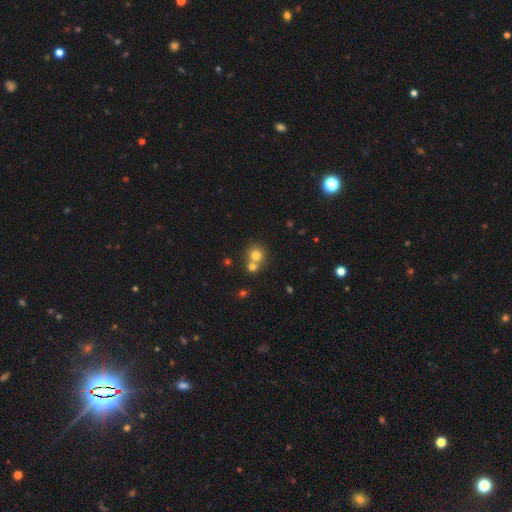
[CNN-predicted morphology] Smooth or featured: smooth — 76% (star or artifact — 12%)
How rounded: round — 88% (in between — 11%)
Merging: none — 49% (merger — 42%)